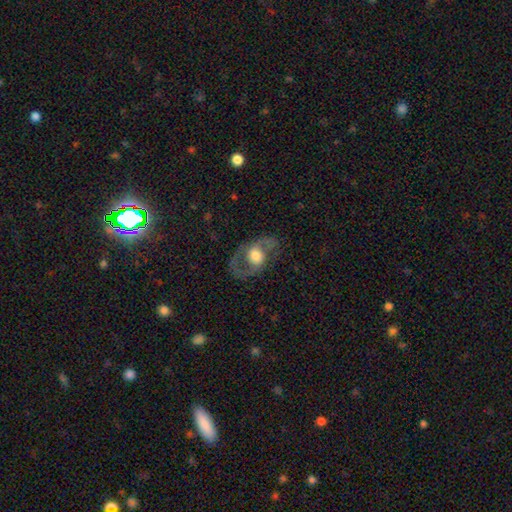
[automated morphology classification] The model was most divided on "spiral arms" (2-way tie): yes: 50%, no: 50%. Remaining: edge-on disk — no (92%); bar — no (71%); merging — none (66%); smooth or featured — featured or disk (62%); bulge size — moderate (46%).